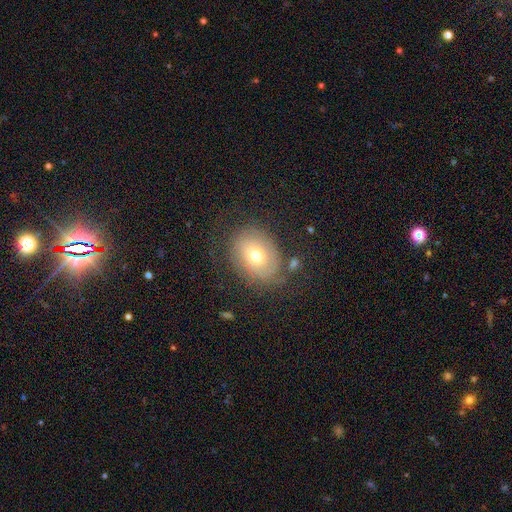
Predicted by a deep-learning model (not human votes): This is possibly a smooth galaxy (52%). How rounded: possibly in between (59%). Merging: likely none (66%).